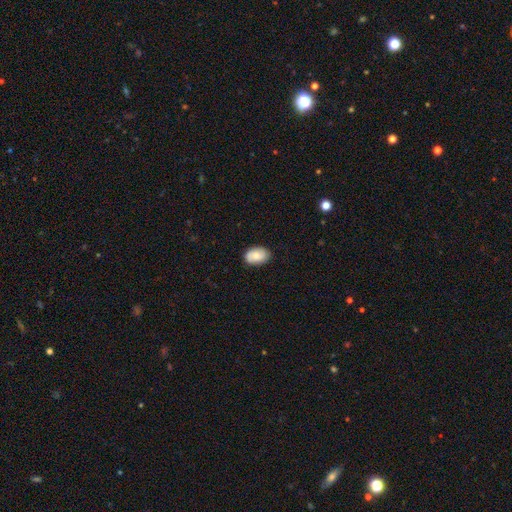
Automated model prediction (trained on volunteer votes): Q: Smooth or featured?
A: smooth (76%); runner-up: featured or disk (17%)
Q: How rounded?
A: in between (86%); runner-up: round (13%)
Q: Merging?
A: none (83%); runner-up: minor disturbance (14%)